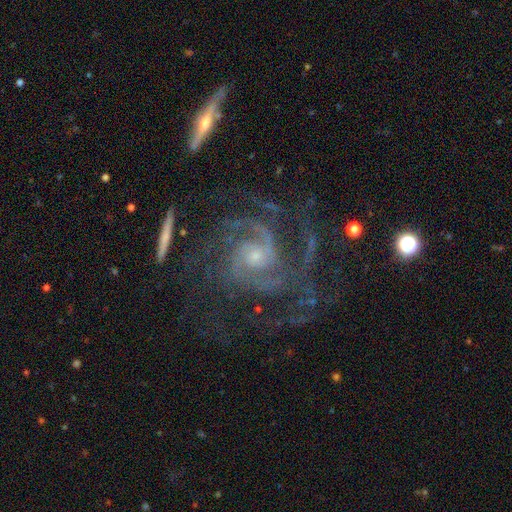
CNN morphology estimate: The model was most divided on "spiral winding": tight: 47%, medium: 44%, loose: 9%. Remaining: spiral arms — yes (98%); edge-on disk — no (97%); smooth or featured — featured or disk (90%); bar — no (67%); merging — none (64%); bulge size — small (62%); spiral arm count — 2 (40%).